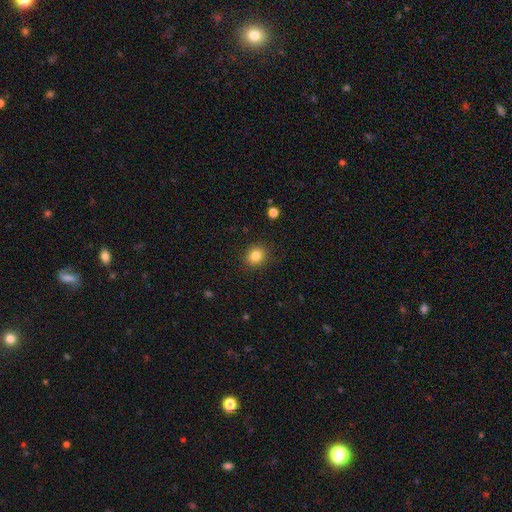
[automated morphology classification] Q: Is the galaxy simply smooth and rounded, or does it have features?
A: smooth — 83%.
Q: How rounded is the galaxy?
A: round — 72%.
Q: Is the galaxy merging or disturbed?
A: none — 89%.